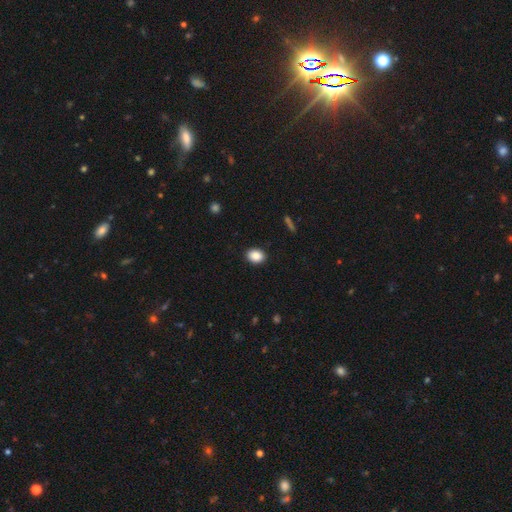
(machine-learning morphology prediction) Smooth or featured: smooth — 88% (star or artifact — 8%)
How rounded: in between — 66% (round — 33%)
Merging: none — 90% (minor disturbance — 7%)